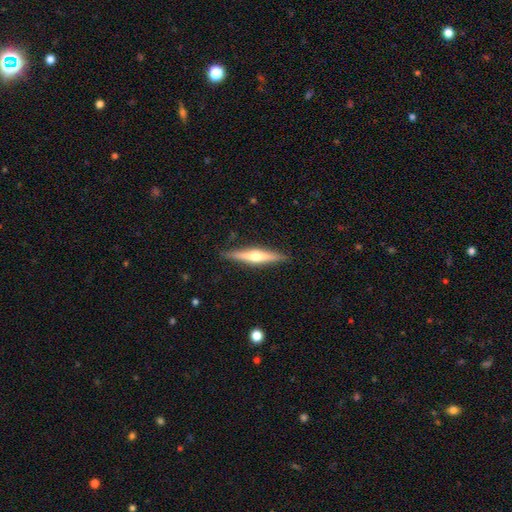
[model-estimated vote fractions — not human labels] Q: Smooth or featured?
A: featured or disk (63%); runner-up: smooth (31%)
Q: Edge-on disk?
A: yes (97%); runner-up: no (3%)
Q: Edge-on bulge?
A: rounded (91%); runner-up: none (5%)
Q: Merging?
A: none (89%); runner-up: minor disturbance (8%)